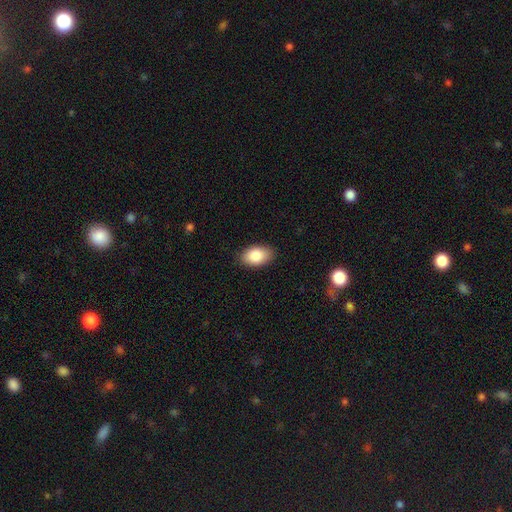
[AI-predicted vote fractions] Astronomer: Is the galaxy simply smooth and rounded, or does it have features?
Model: smooth — 86%.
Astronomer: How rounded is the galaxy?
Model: in between — 91%.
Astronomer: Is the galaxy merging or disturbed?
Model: none — 87%.